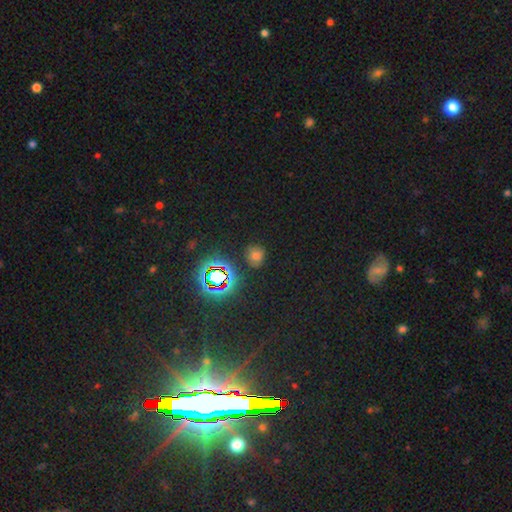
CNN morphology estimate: Smooth or featured?
  - smooth: 63% *
  - star or artifact: 30%
  - featured or disk: 7%
How rounded?
  - round: 77% *
  - in between: 21%
  - cigar-shaped: 1%
Merging?
  - none: 82% *
  - minor disturbance: 11%
  - major disturbance: 4%
  - merger: 3%